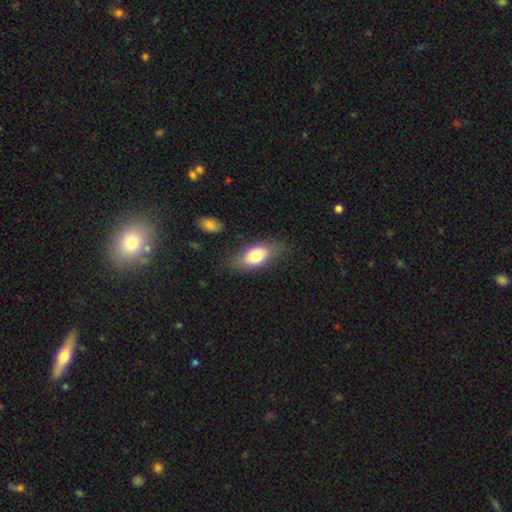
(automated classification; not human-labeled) Smooth or featured?
  - smooth: 74% *
  - featured or disk: 19%
  - star or artifact: 7%
How rounded?
  - in between: 85% *
  - cigar-shaped: 8%
  - round: 7%
Merging?
  - none: 71% *
  - minor disturbance: 20%
  - major disturbance: 6%
  - merger: 3%